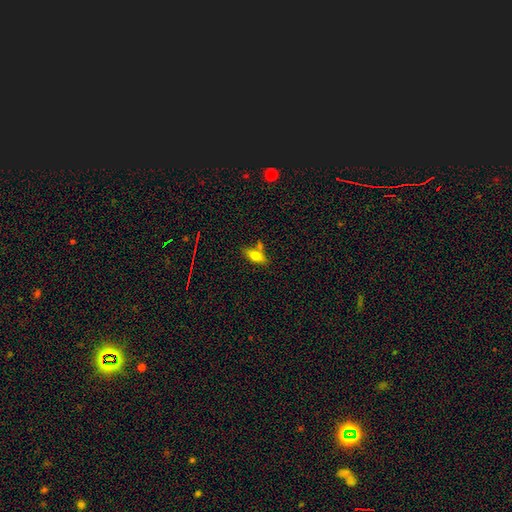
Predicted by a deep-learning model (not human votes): Overall: smooth (66%). How rounded: in between (69%). Merging: none (63%).